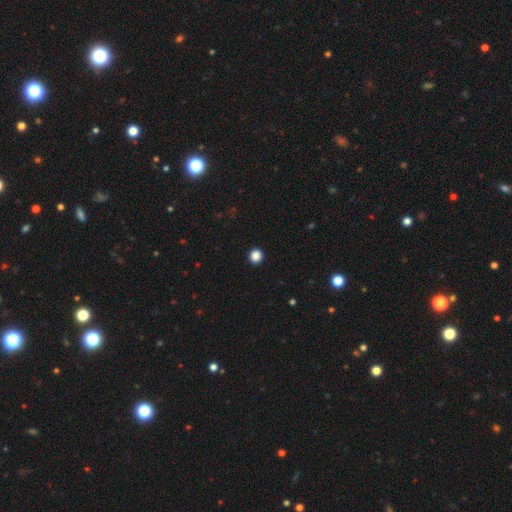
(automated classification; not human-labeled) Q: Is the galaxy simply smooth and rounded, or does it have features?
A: smooth — 87%.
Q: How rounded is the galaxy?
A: round — 93%.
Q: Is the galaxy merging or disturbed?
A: none — 94%.